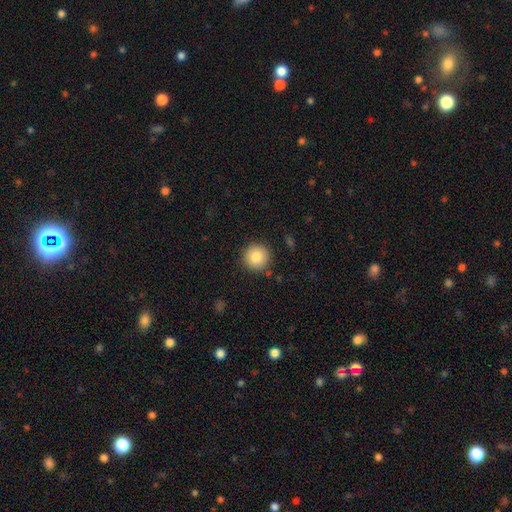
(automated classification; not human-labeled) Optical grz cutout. It shows a smooth galaxy with no disk features (84%) that is round (96%). Merging: none (89%).